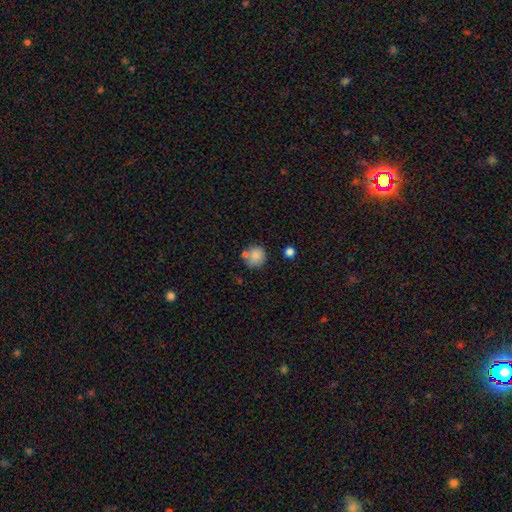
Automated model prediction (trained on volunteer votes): Smooth or featured? smooth (83%)
How rounded? round (87%)
Merging? none (63%)